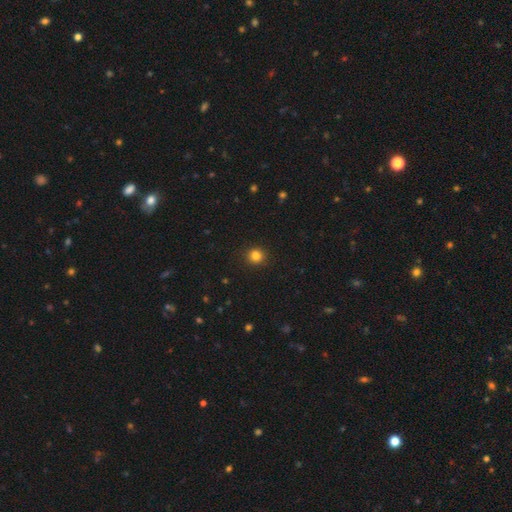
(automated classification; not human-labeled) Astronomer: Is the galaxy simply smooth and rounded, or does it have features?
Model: smooth — 84%.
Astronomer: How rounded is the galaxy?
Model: round — 91%.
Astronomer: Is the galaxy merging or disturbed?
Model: none — 92%.